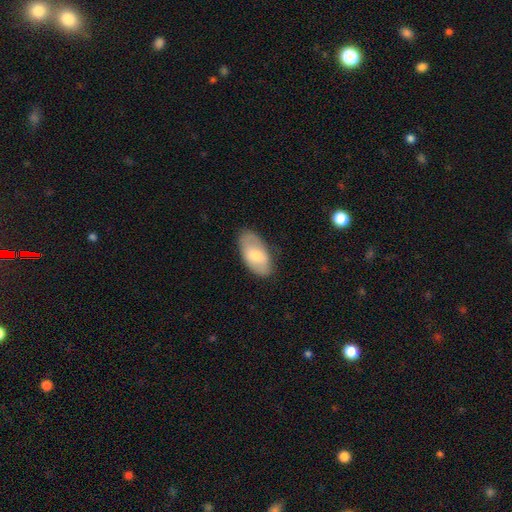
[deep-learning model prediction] This is likely a smooth galaxy (65%). How rounded: clearly in between (94%). Merging: likely none (79%).